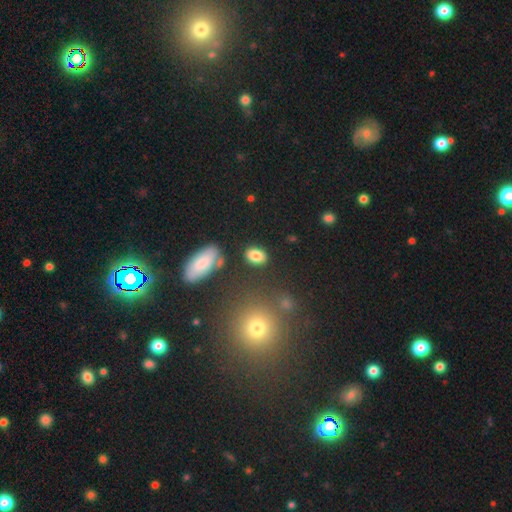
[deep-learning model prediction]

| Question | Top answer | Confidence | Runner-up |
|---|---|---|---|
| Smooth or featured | smooth | 83% | star or artifact (9%) |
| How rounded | in between | 83% | round (15%) |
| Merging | none | 79% | minor disturbance (12%) |